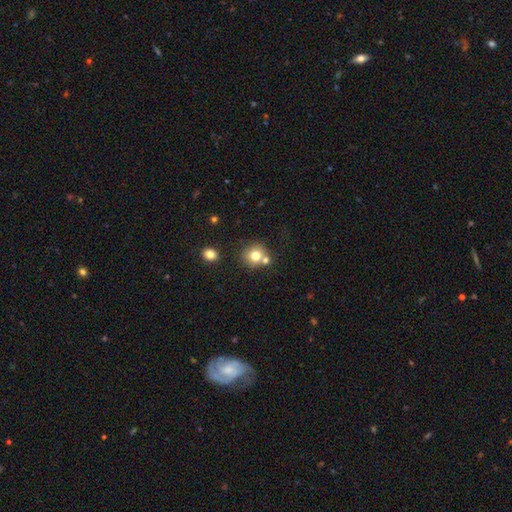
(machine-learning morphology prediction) Smooth or featured: smooth — 76% (featured or disk — 12%)
How rounded: round — 88% (in between — 11%)
Merging: none — 63% (merger — 25%)